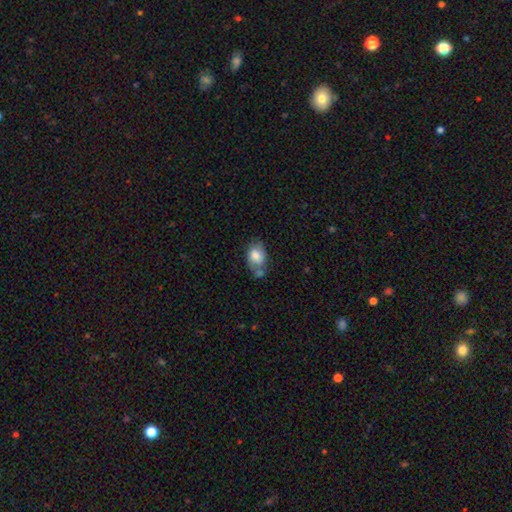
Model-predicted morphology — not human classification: smooth-or-featured: smooth: 77% | featured or disk: 15% | star or artifact: 7%
  how-rounded: in between: 79% | round: 20% | cigar-shaped: 1%
  merging: none: 50% | minor disturbance: 24% | merger: 19% | major disturbance: 7%